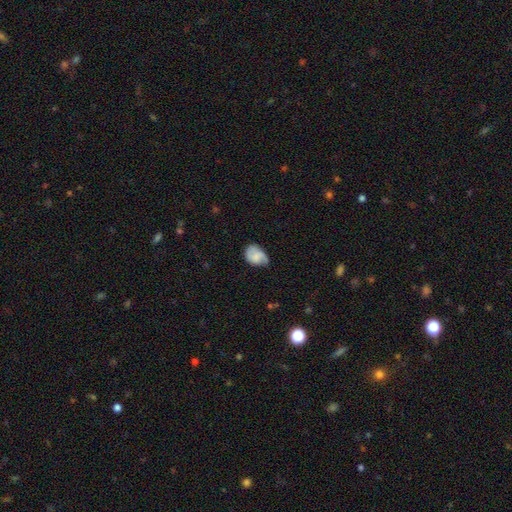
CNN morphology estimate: type=smooth (63%); roundness=in between (73%); merging=none (46%).